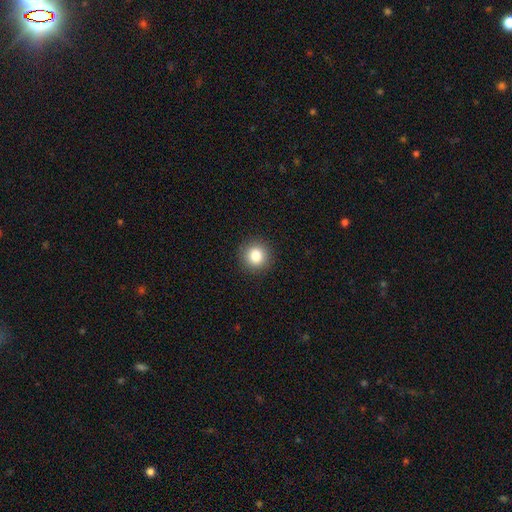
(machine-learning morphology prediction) Smooth or featured? smooth (84%)
How rounded? round (93%)
Merging? none (92%)